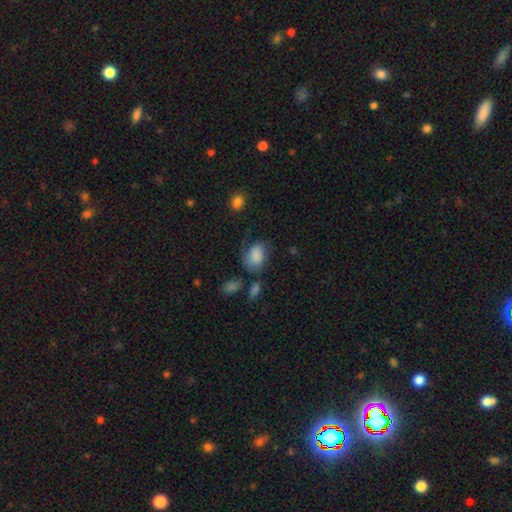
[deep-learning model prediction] This is clearly a smooth galaxy (84%). How rounded: likely in between (80%). Merging: possibly none (50%).